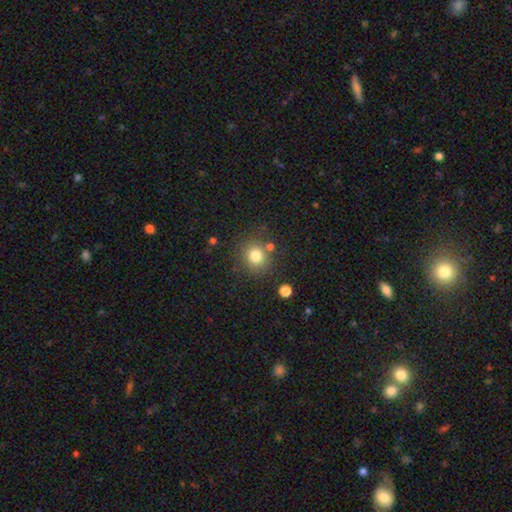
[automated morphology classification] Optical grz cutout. It shows a smooth galaxy with no disk features (79%) that is round (83%). Merging: none (76%).